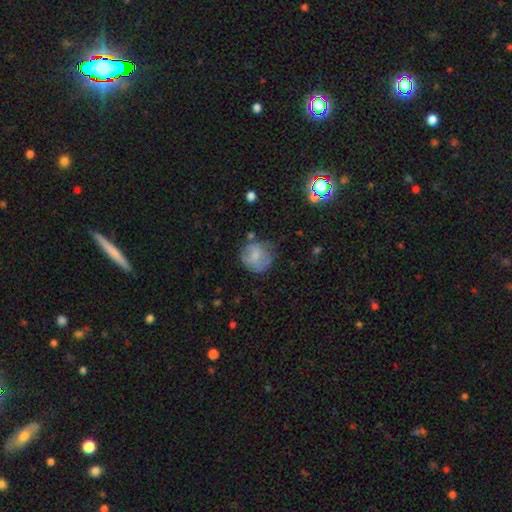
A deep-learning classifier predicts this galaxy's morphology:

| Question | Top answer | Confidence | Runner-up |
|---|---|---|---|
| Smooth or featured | smooth | 66% | featured or disk (26%) |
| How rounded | round | 83% | in between (16%) |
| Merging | none | 54% | minor disturbance (29%) |